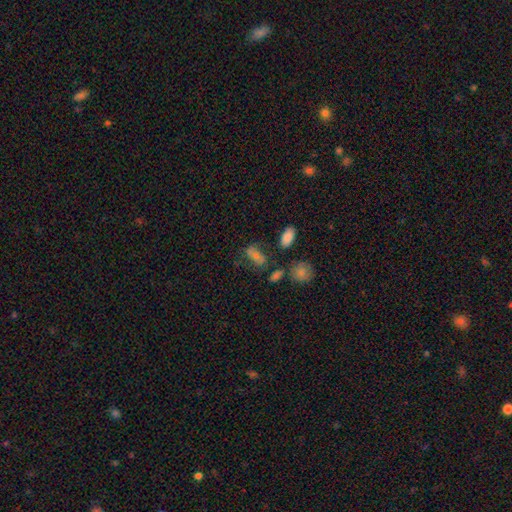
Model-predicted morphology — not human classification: Overall: smooth (56%; featured or disk 24%). How rounded: in between (76%). Merging: none (56%; minor disturbance 19%).